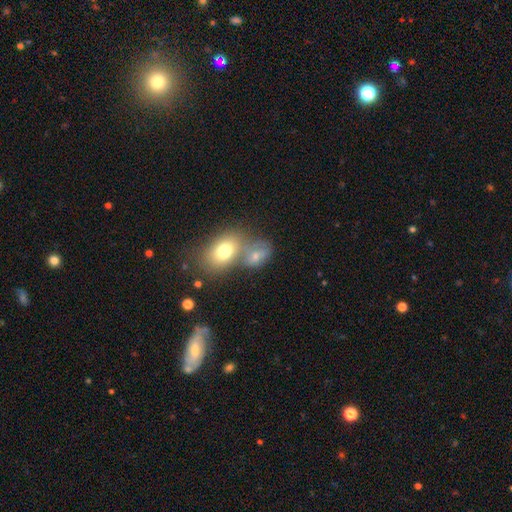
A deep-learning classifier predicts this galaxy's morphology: Smooth or featured? smooth (68%)
How rounded? in between (72%)
Merging? merger (49%)